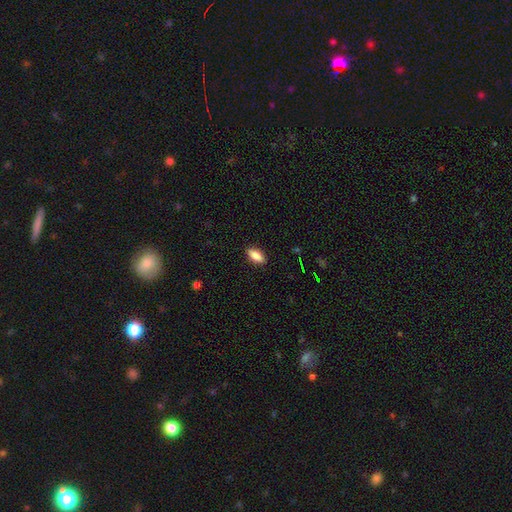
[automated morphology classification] smooth_or_featured: smooth (p=0.84) [alt: featured or disk p=0.08]
how_rounded: in between (p=0.83) [alt: cigar-shaped p=0.14]
merging: none (p=0.88) [alt: minor disturbance p=0.09]